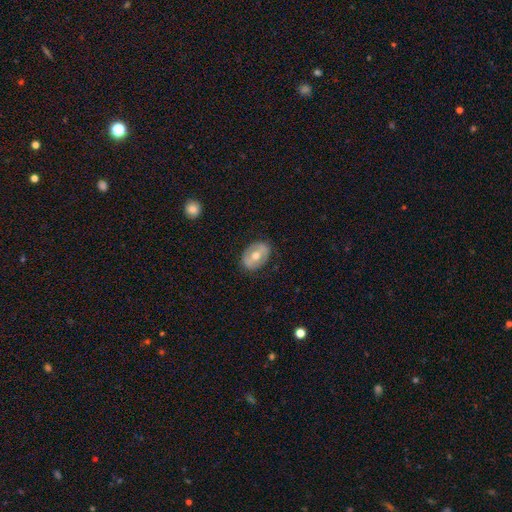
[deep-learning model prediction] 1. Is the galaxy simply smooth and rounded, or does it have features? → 55% featured or disk, 38% smooth, 7% star or artifact.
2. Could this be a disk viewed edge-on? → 92% no, 8% yes.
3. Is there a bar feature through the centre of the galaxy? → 38% no, 33% weak, 30% strong.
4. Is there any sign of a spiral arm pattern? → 74% no, 26% yes.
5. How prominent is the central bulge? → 77% moderate, 16% small, 5% large, 1% none, 1% dominant.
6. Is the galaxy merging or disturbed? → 83% none, 12% minor disturbance, 3% major disturbance, 1% merger.